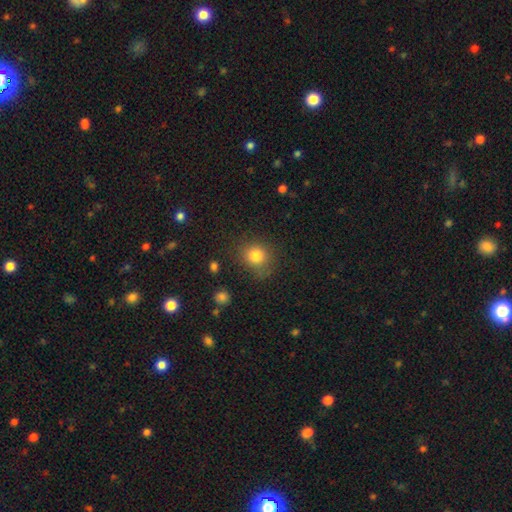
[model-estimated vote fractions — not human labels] A smooth galaxy with no disk features (82%) that is round (81%). Merging: none (74%).